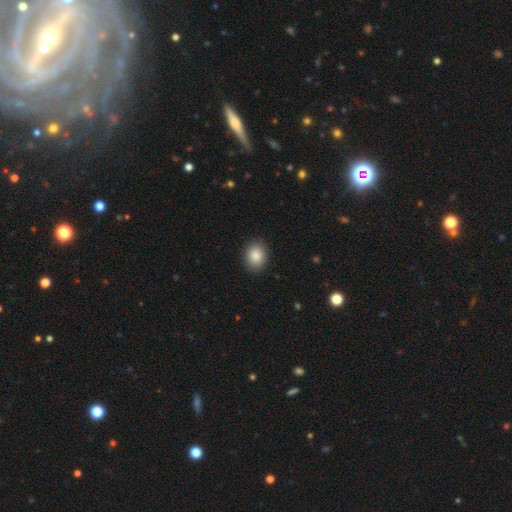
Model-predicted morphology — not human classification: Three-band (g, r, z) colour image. It shows a smooth galaxy with no disk features (88%) that is round (50%). Merging: none (89%).